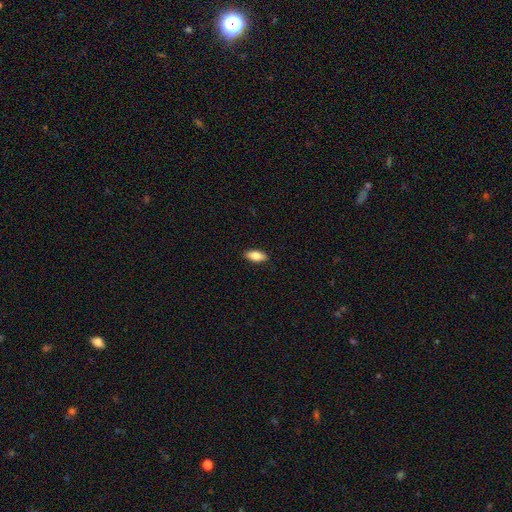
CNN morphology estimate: Smooth or featured: smooth — 82% (featured or disk — 12%)
How rounded: in between — 84% (cigar-shaped — 14%)
Merging: none — 90% (minor disturbance — 8%)